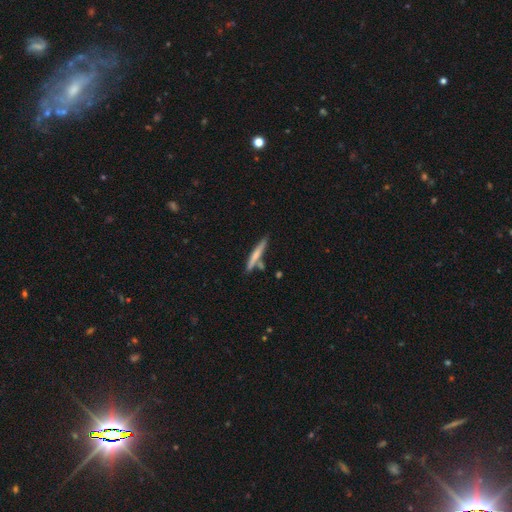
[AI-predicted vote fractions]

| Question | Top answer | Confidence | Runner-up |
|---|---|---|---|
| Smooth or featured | smooth | 56% | featured or disk (37%) |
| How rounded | cigar-shaped | 94% | in between (5%) |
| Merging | none | 73% | minor disturbance (13%) |